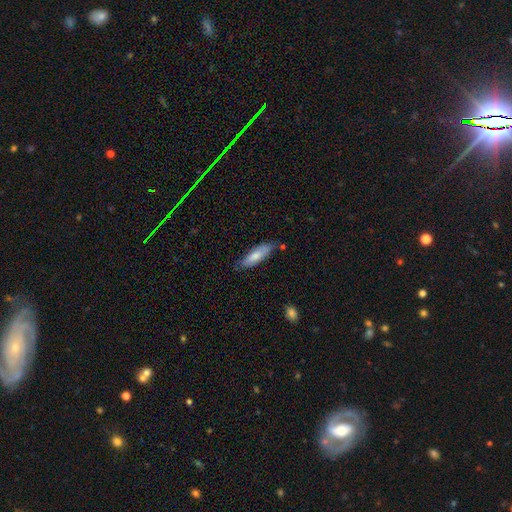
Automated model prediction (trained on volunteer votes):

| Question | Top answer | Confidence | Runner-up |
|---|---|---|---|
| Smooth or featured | smooth | 75% | featured or disk (19%) |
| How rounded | cigar-shaped | 55% | in between (44%) |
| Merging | none | 73% | minor disturbance (20%) |